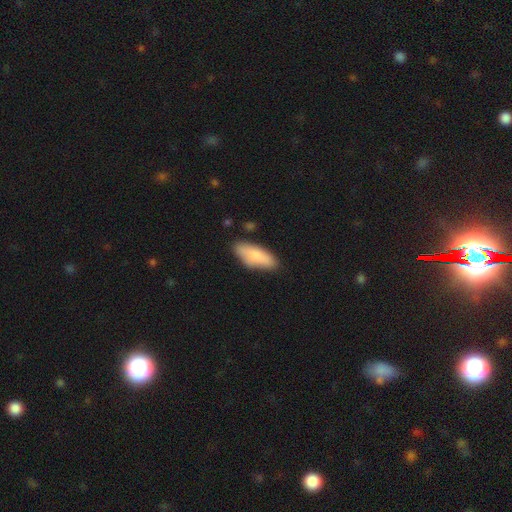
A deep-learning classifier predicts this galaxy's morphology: Smooth or featured? smooth (83%)
How rounded? in between (72%)
Merging? none (76%)